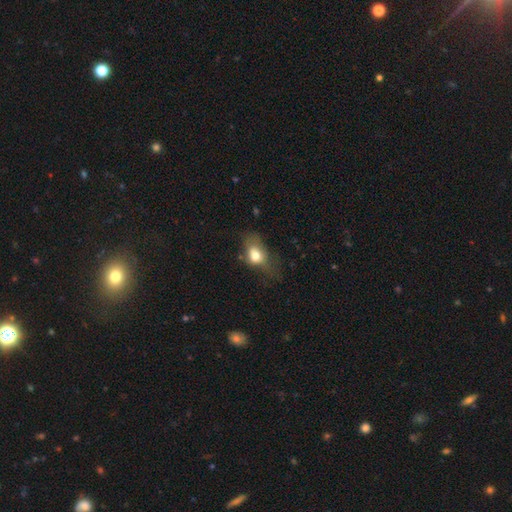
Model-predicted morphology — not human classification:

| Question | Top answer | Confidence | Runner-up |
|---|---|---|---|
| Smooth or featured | smooth | 73% | featured or disk (17%) |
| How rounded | in between | 69% | round (28%) |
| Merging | none | 34% | major disturbance (32%) |